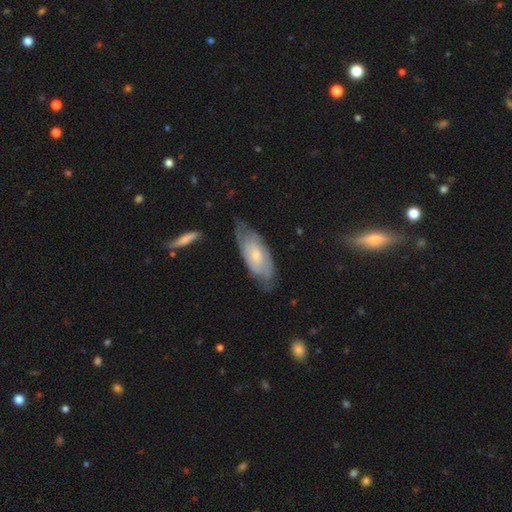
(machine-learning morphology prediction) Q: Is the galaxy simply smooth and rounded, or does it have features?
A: featured or disk — 57%.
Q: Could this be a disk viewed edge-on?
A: no — 86%.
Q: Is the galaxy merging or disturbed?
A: none — 63%.